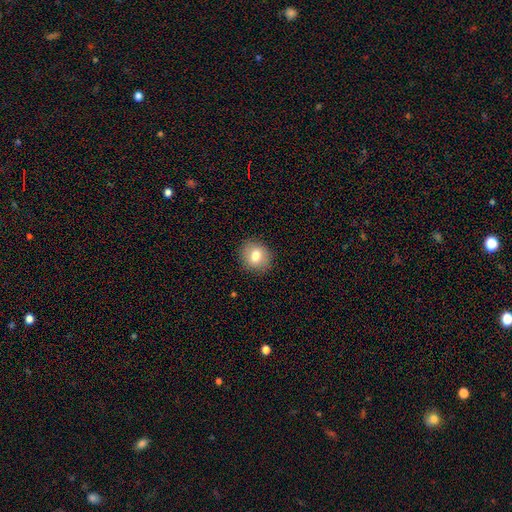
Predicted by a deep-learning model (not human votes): Smooth or featured? Predicted: smooth (p=0.78). How rounded? Predicted: round (p=0.77). Merging? Predicted: none (p=0.89).